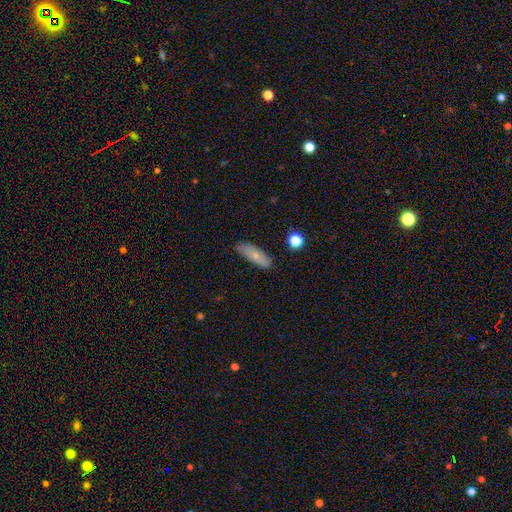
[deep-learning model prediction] Smooth or featured? smooth (73%)
How rounded? in between (53%)
Merging? none (79%)